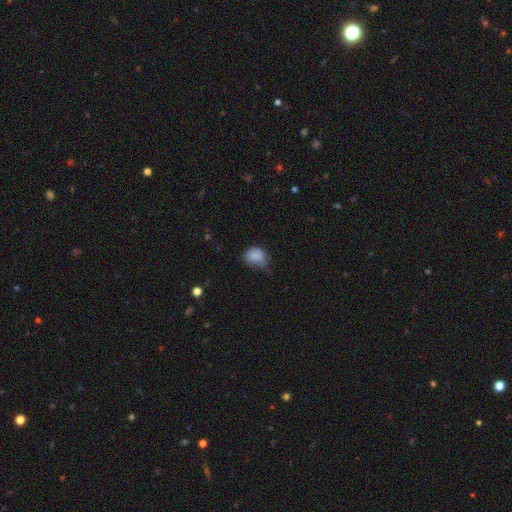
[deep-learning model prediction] Smooth or featured?
  - smooth: 82% *
  - star or artifact: 9%
  - featured or disk: 8%
How rounded?
  - in between: 50% *
  - round: 49%
  - cigar-shaped: 1%
Merging?
  - none: 43% *
  - minor disturbance: 40%
  - major disturbance: 15%
  - merger: 2%